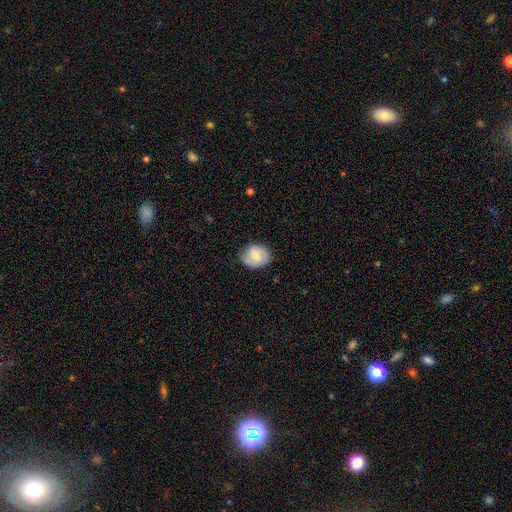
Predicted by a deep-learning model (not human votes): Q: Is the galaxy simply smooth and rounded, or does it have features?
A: smooth — 51%.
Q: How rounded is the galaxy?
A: round — 64%.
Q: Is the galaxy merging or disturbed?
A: none — 73%.